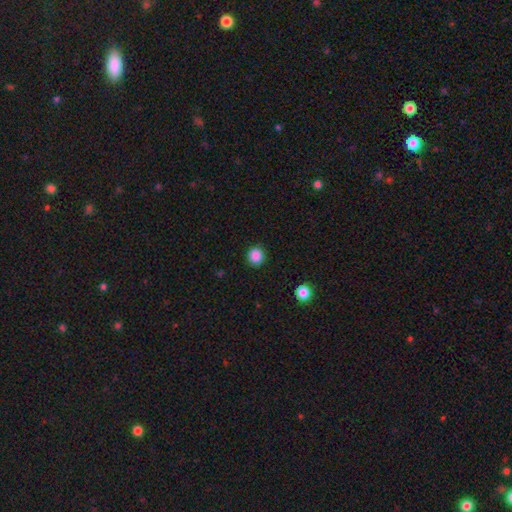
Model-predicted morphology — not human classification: This is clearly a smooth galaxy (88%). How rounded: clearly round (90%). Merging: clearly none (91%).